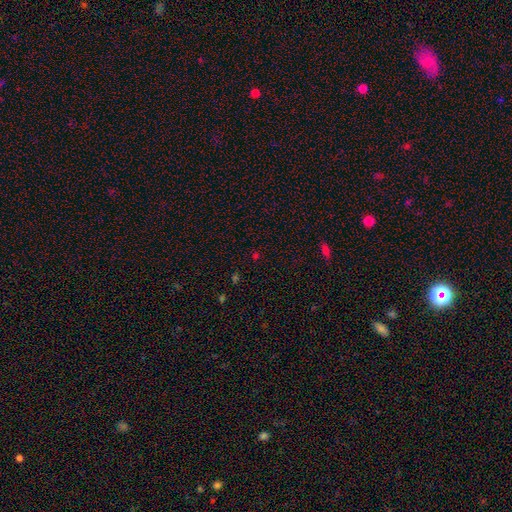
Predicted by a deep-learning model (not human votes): Smooth or featured: star or artifact — 51% (smooth — 42%)